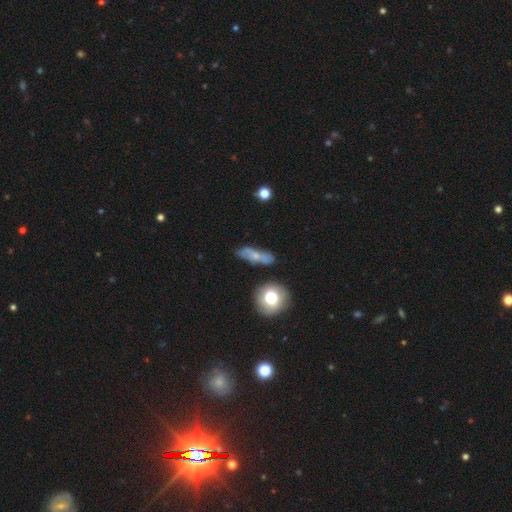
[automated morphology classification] Overall: smooth (47%; featured or disk 41%). Merging: none (67%).